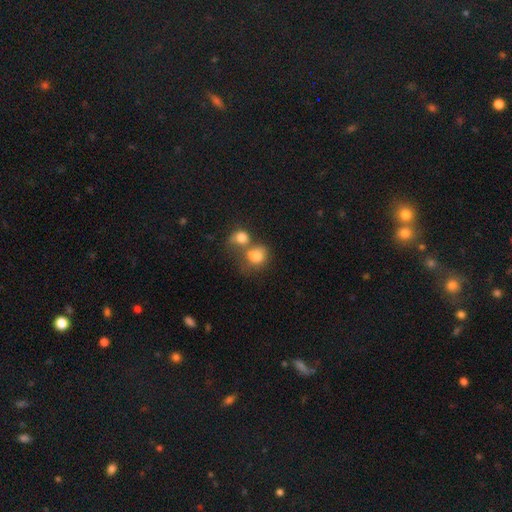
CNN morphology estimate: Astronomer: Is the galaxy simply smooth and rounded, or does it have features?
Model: smooth — 80%.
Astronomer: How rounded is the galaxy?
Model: round — 69%.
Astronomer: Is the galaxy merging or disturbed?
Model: merger — 55%.